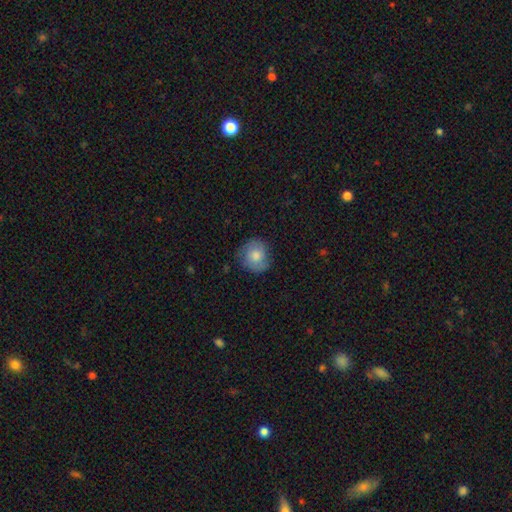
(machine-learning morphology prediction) smooth-or-featured: smooth: 72% | featured or disk: 21% | star or artifact: 7%
  how-rounded: round: 86% | in between: 13% | cigar-shaped: 1%
  merging: none: 75% | minor disturbance: 19% | major disturbance: 5% | merger: 1%